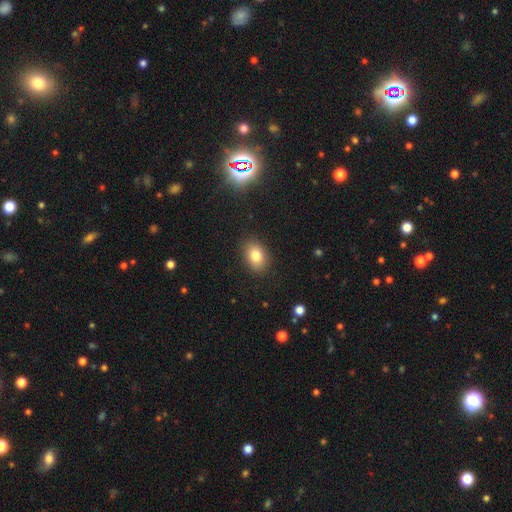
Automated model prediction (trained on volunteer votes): This is clearly a smooth galaxy (81%). How rounded: likely in between (76%). Merging: clearly none (86%).